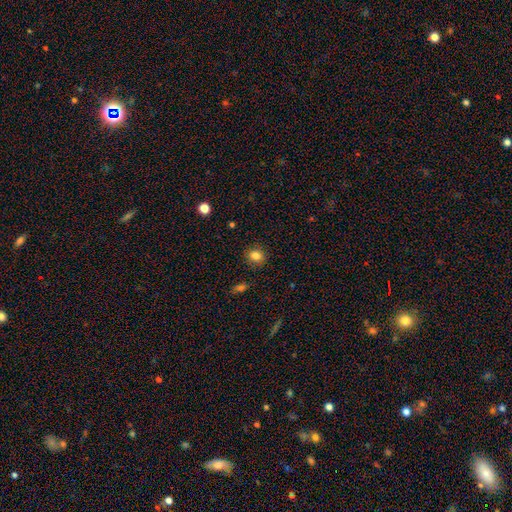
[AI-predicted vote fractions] smooth-or-featured: smooth: 82% | star or artifact: 11% | featured or disk: 7%
  how-rounded: round: 63% | in between: 36% | cigar-shaped: 1%
  merging: none: 88% | minor disturbance: 9% | major disturbance: 2% | merger: 1%